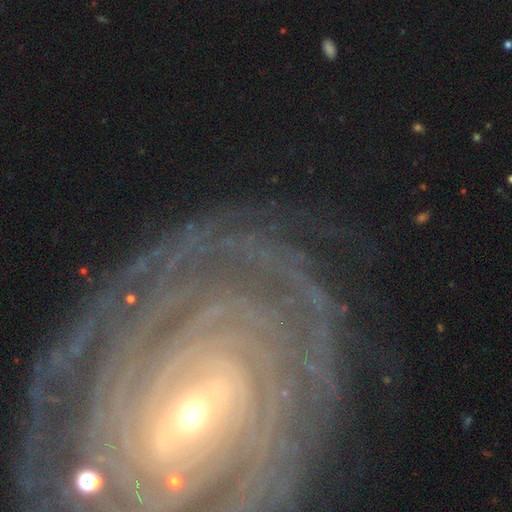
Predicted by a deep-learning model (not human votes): smooth_or_featured: featured or disk (p=0.83) [alt: star or artifact p=0.10]
disk_edge_on: no (p=0.95) [alt: yes p=0.05]
bar: no (p=0.40) [alt: strong p=0.32]
has_spiral_arms: yes (p=0.95) [alt: no p=0.05]
spiral_winding: tight (p=0.85) [alt: medium p=0.12]
spiral_arm_count: can't tell (p=0.27) [alt: more than 4 p=0.24]
bulge_size: small (p=0.70) [alt: moderate p=0.24]
merging: none (p=0.78) [alt: minor disturbance p=0.12]